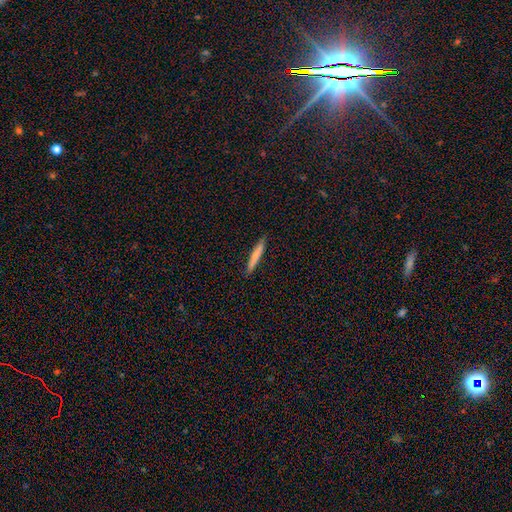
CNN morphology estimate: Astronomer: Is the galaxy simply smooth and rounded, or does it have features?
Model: smooth — 73%.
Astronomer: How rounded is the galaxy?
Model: cigar-shaped — 96%.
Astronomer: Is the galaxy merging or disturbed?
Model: none — 90%.